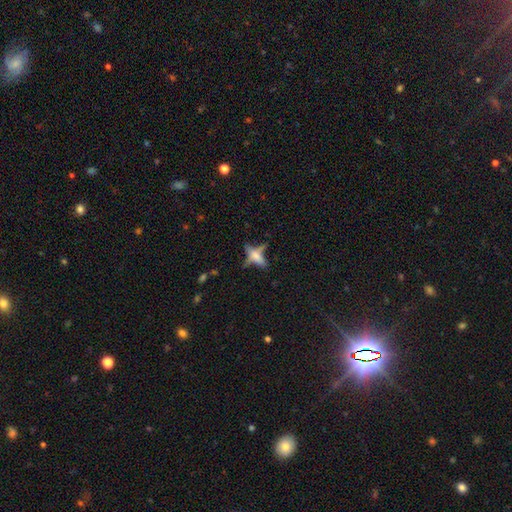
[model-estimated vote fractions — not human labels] smooth-or-featured: smooth: 45% | featured or disk: 40% | star or artifact: 15%
  merging: none: 47% | minor disturbance: 18% | major disturbance: 18% | merger: 16%